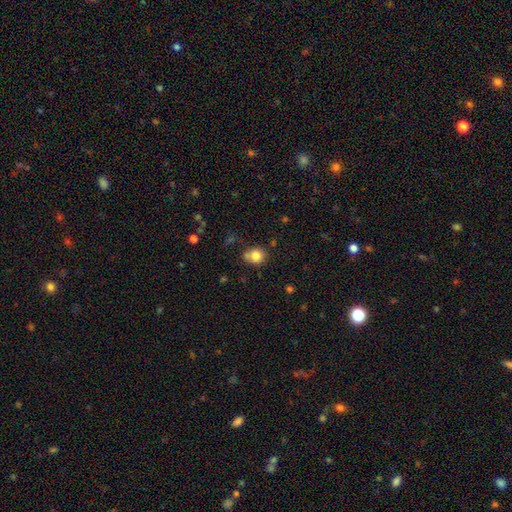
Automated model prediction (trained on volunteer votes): Q: Smooth or featured?
A: smooth (80%); runner-up: star or artifact (11%)
Q: How rounded?
A: round (77%); runner-up: in between (22%)
Q: Merging?
A: none (64%); runner-up: minor disturbance (18%)